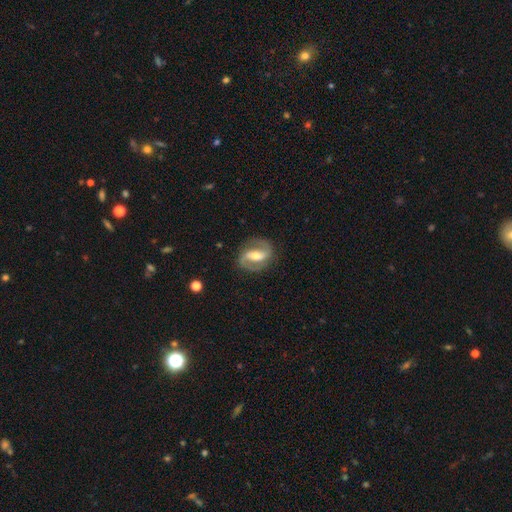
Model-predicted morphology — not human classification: Overall: featured or disk (86%). Edge-on disk: no (97%). Bar: strong (51%; weak 34%). Spiral arms: yes (94%). Spiral arm count: 2 (92%). Spiral winding: medium (54%; loose 23%). Bulge size: moderate (62%; small 27%). Merging: none (85%).